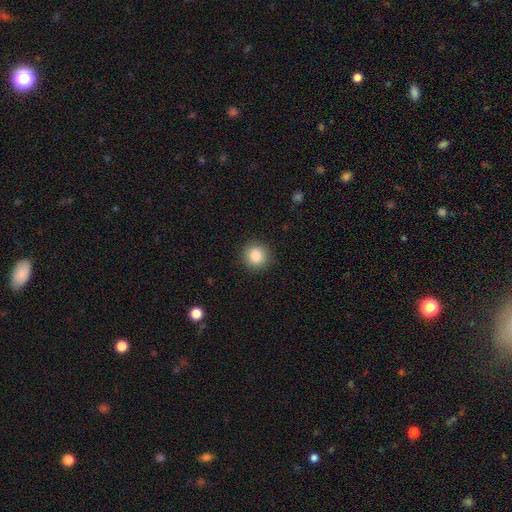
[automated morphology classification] The model was most divided on "smooth or featured": smooth: 85%, star or artifact: 10%, featured or disk: 5%. More confident: how rounded — round (93%); merging — none (91%).